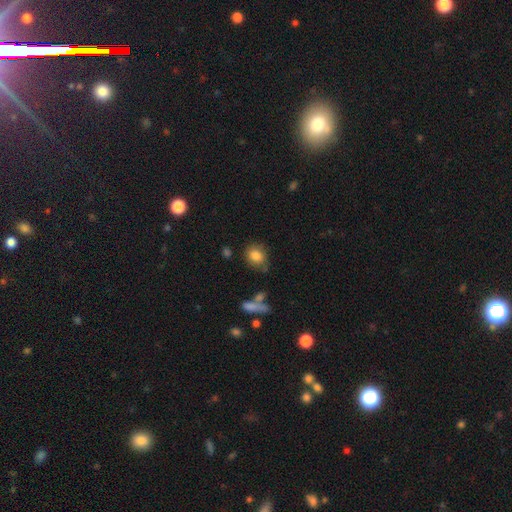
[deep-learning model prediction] Q: Smooth or featured?
A: smooth (83%); runner-up: star or artifact (9%)
Q: How rounded?
A: round (64%); runner-up: in between (34%)
Q: Merging?
A: none (73%); runner-up: minor disturbance (17%)